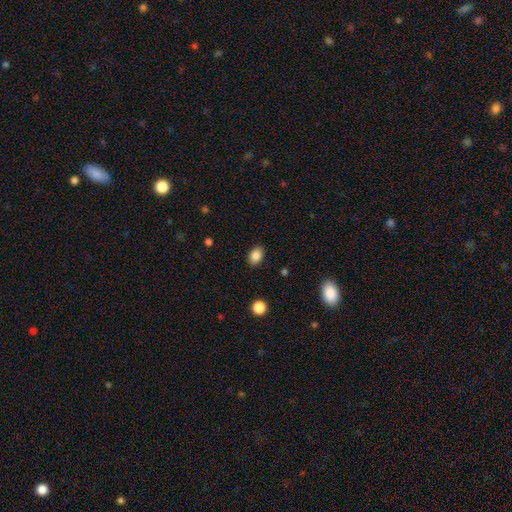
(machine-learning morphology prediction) smooth_or_featured: smooth (p=0.87) [alt: star or artifact p=0.09]
how_rounded: in between (p=0.77) [alt: round p=0.22]
merging: none (p=0.87) [alt: minor disturbance p=0.09]